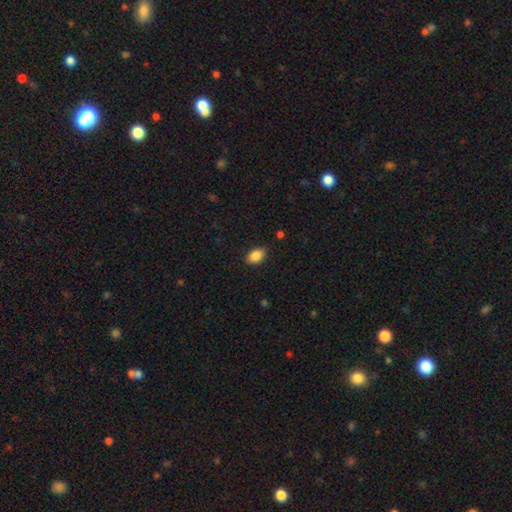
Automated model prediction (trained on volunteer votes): The model was most divided on "merging": none: 82%, minor disturbance: 14%, major disturbance: 3%, merger: 1%. More confident: smooth or featured — smooth (88%); how rounded — in between (87%).